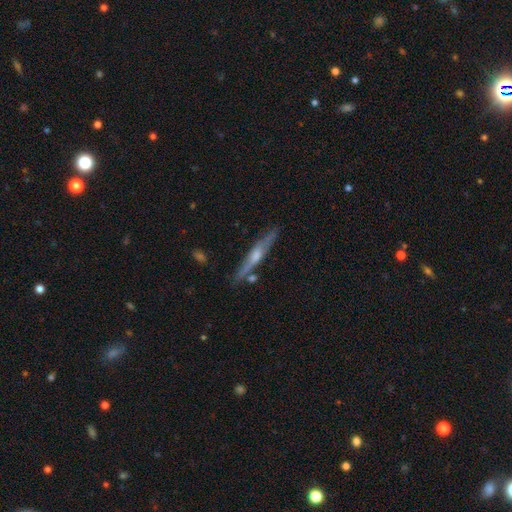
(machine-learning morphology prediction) smooth_or_featured: featured or disk (p=0.71) [alt: smooth p=0.22]
disk_edge_on: yes (p=0.95) [alt: no p=0.05]
edge_on_bulge: rounded (p=0.78) [alt: none p=0.15]
merging: none (p=0.83) [alt: minor disturbance p=0.11]